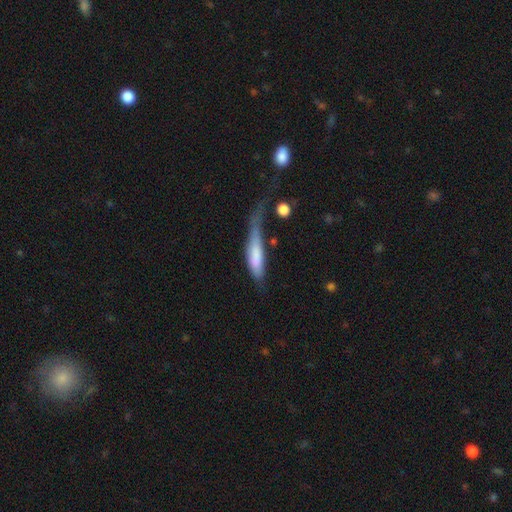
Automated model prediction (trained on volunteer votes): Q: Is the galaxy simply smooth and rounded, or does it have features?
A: smooth — 72%.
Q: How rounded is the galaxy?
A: cigar-shaped — 68%.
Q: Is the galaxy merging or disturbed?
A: major disturbance — 41%.